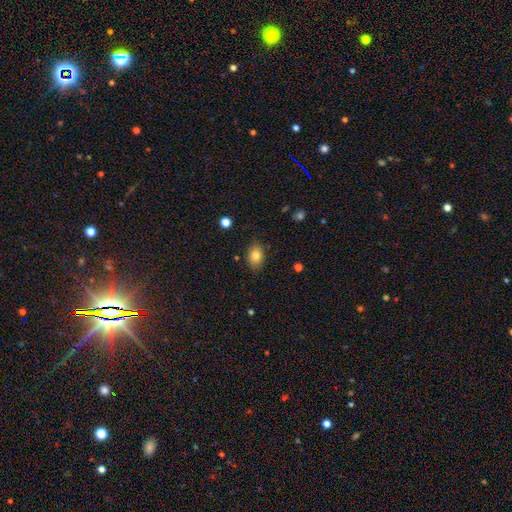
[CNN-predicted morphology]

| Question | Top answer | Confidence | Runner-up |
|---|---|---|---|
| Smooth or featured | smooth | 80% | featured or disk (10%) |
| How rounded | in between | 76% | round (23%) |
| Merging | none | 84% | minor disturbance (12%) |